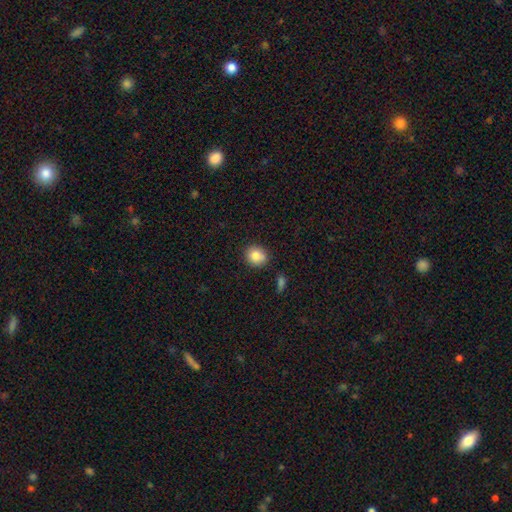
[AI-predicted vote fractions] Smooth or featured?
  - smooth: 85% *
  - star or artifact: 9%
  - featured or disk: 6%
How rounded?
  - round: 75% *
  - in between: 24%
  - cigar-shaped: 1%
Merging?
  - none: 84% *
  - minor disturbance: 11%
  - merger: 3%
  - major disturbance: 2%